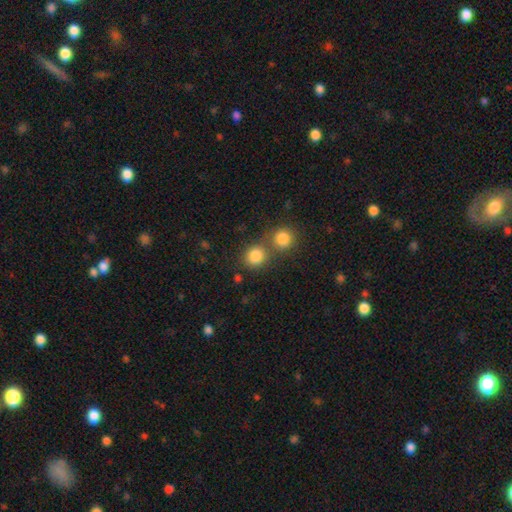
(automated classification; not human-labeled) Morphology: type=smooth (84%); roundness=round (80%); merging=none (55%).